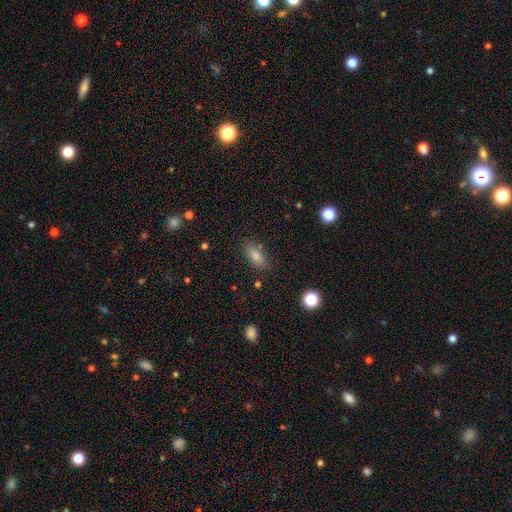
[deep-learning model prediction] smooth_or_featured: smooth (p=0.78) [alt: star or artifact p=0.13]
how_rounded: in between (p=0.80) [alt: cigar-shaped p=0.14]
merging: none (p=0.83) [alt: minor disturbance p=0.11]